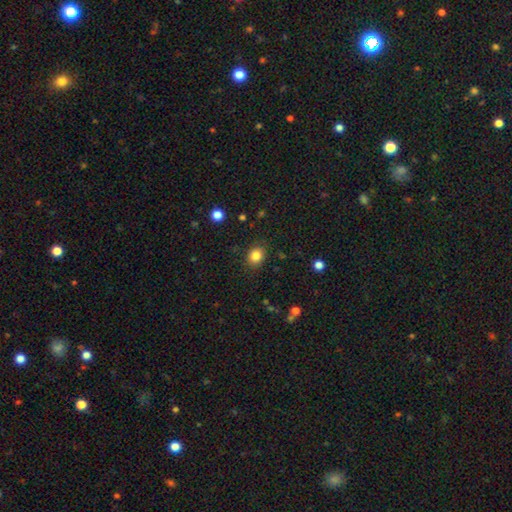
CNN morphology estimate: A smooth galaxy with no disk features (84%) that is round (60%).

Vote fractions:
- Smooth or featured? smooth: 84% / star or artifact: 11% / featured or disk: 5%
- How rounded? round: 60% / in between: 39% / cigar-shaped: 1%
- Merging? none: 86% / minor disturbance: 10% / major disturbance: 3% / merger: 1%